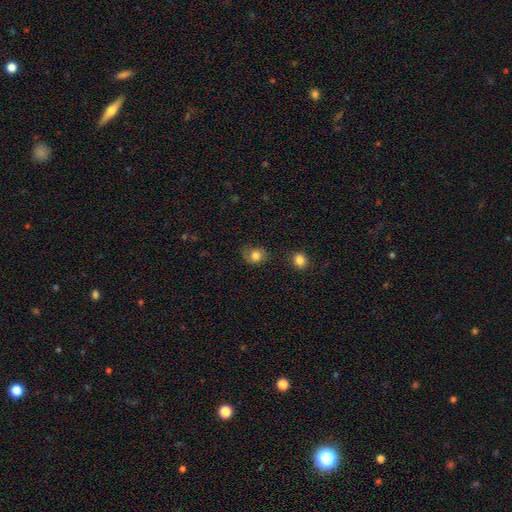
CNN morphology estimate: smooth 81%, star or artifact 10%, featured or disk 9%. Down the decision tree: how rounded — round (64%); merging — none (70%).